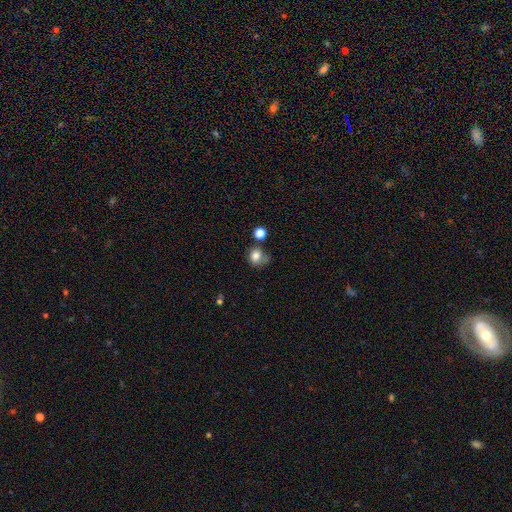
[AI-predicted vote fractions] Smooth or featured?
  - smooth: 79% *
  - star or artifact: 11%
  - featured or disk: 10%
How rounded?
  - round: 71% *
  - in between: 28%
  - cigar-shaped: 1%
Merging?
  - none: 47% *
  - minor disturbance: 26%
  - major disturbance: 14%
  - merger: 13%